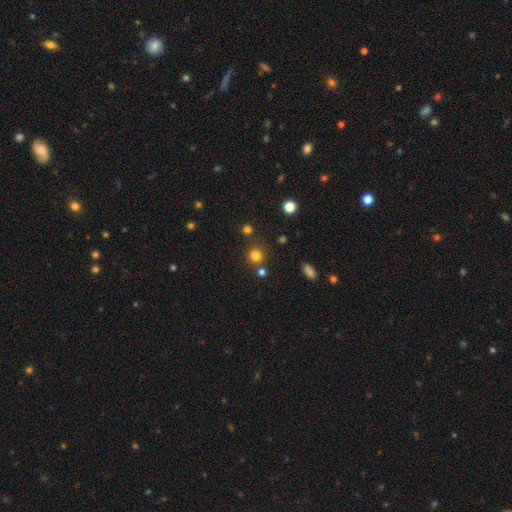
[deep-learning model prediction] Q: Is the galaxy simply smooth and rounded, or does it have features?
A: smooth — 79%.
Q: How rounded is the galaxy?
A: round — 92%.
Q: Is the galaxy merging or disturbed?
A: none — 80%.